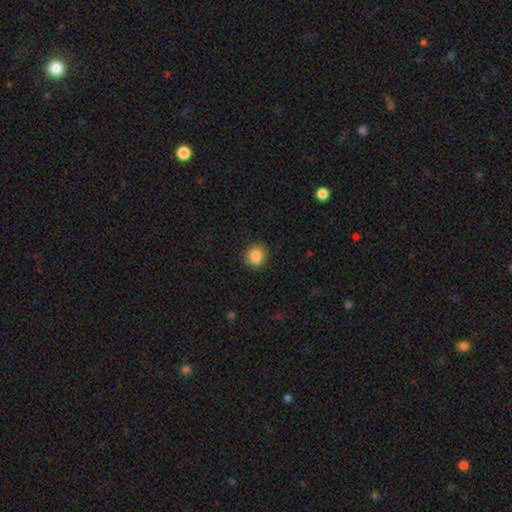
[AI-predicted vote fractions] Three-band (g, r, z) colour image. It shows a smooth galaxy with no disk features (87%) that is round (86%). Merging: none (88%).